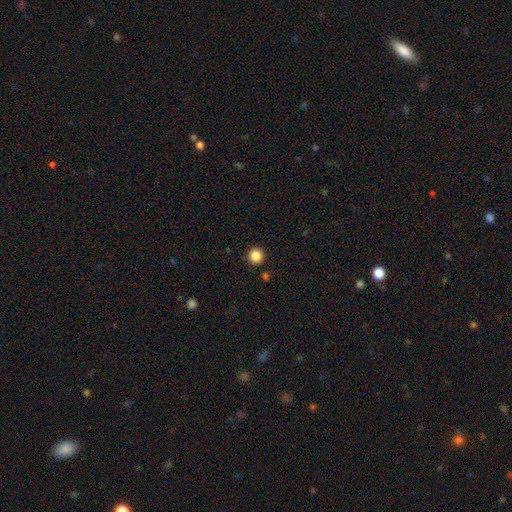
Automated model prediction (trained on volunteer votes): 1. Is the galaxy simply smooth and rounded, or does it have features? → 86% smooth, 11% star or artifact, 3% featured or disk.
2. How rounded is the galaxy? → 95% round, 4% in between, 1% cigar-shaped.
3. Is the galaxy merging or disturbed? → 92% none, 5% minor disturbance, 2% major disturbance, 2% merger.